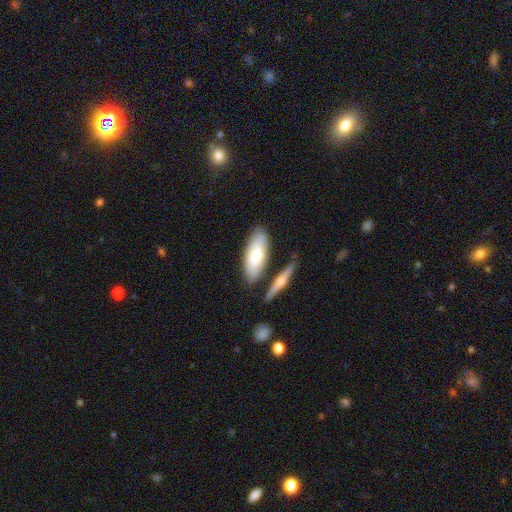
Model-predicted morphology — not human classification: Smooth or featured? smooth (71%)
How rounded? in between (76%)
Merging? none (73%)